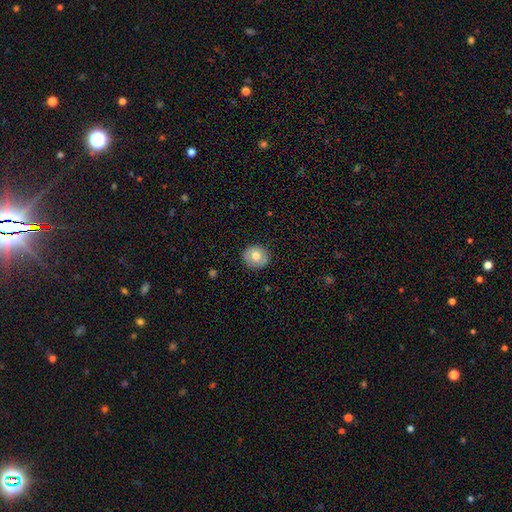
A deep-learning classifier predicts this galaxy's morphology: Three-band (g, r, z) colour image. It shows a smooth galaxy with no disk features (71%) that is round (85%). Merging: none (88%).